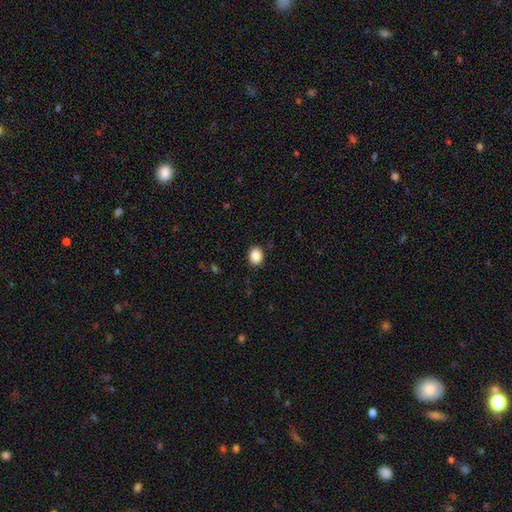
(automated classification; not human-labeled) smooth 87%, star or artifact 9%, featured or disk 4%. Down the decision tree: how rounded — in between (55%); merging — none (89%).